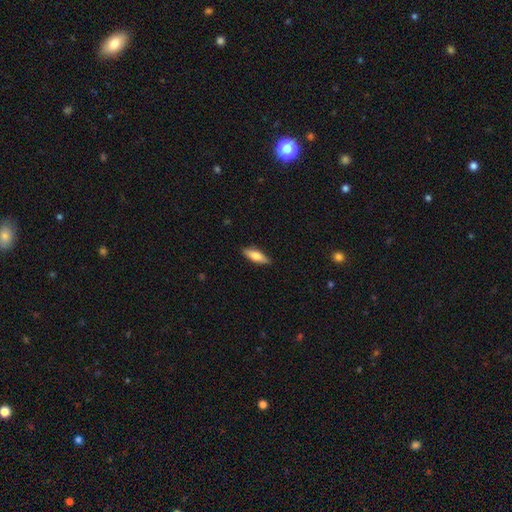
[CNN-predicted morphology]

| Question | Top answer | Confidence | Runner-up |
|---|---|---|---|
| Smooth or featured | smooth | 75% | featured or disk (19%) |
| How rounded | in between | 56% | cigar-shaped (42%) |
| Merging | none | 87% | minor disturbance (10%) |